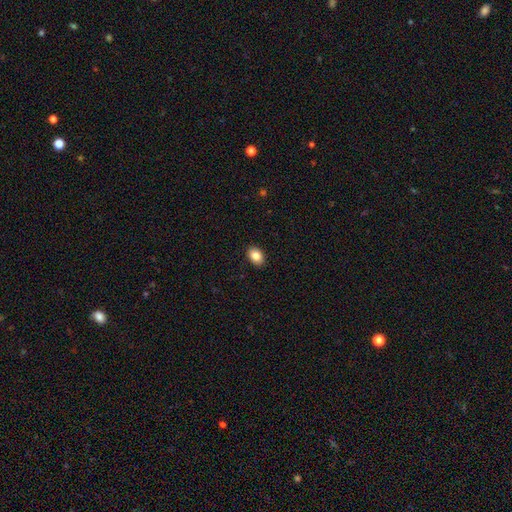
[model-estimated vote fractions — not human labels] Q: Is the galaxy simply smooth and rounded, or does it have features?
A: smooth — 86%.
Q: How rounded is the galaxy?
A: in between — 80%.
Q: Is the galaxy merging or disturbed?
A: none — 90%.